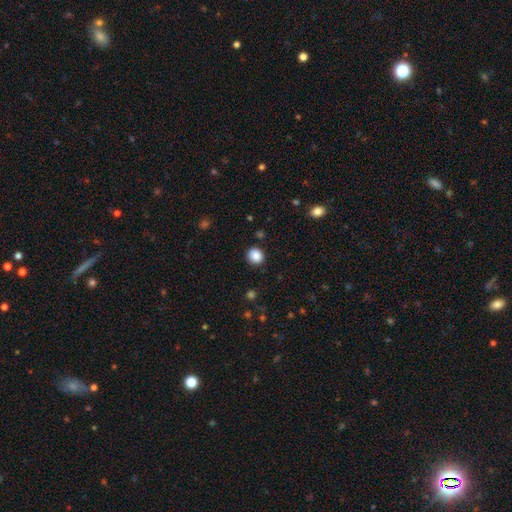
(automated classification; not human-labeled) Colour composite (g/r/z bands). It shows a smooth galaxy with no disk features (88%) that is round (82%). Merging: none (89%).